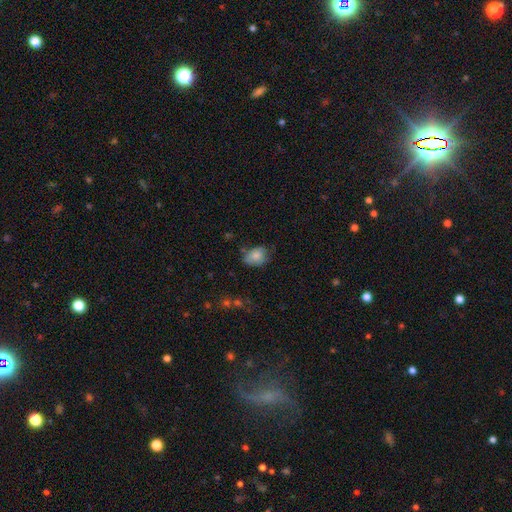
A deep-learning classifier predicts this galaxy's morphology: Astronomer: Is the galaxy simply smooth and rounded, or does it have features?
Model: smooth — 81%.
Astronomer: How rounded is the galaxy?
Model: in between — 67%.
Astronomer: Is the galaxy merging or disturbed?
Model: none — 61%.